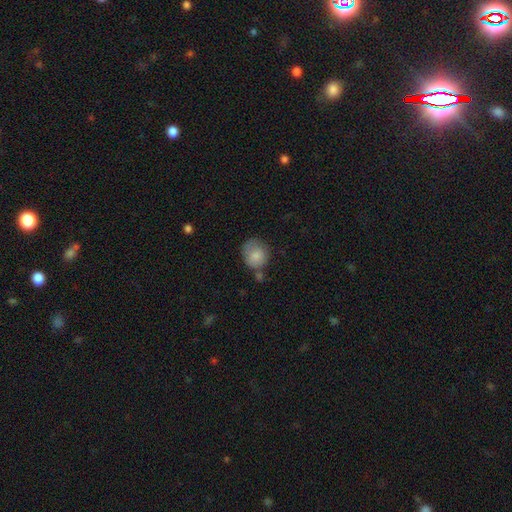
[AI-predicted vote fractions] Smooth or featured? smooth (81%)
How rounded? round (77%)
Merging? none (52%)